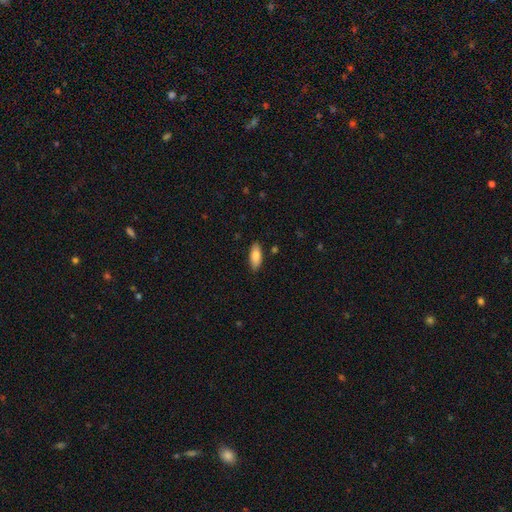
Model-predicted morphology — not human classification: Smooth or featured: smooth — 84% (featured or disk — 9%)
How rounded: in between — 80% (cigar-shaped — 18%)
Merging: none — 85% (minor disturbance — 11%)